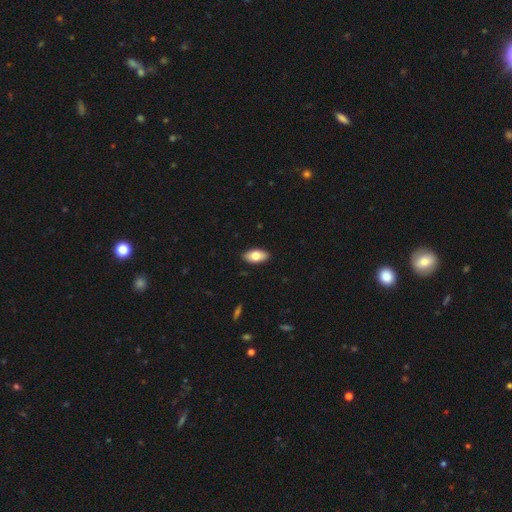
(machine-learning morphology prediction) smooth 77%, featured or disk 17%, star or artifact 6%. Down the decision tree: how rounded — in between (92%); merging — none (90%).